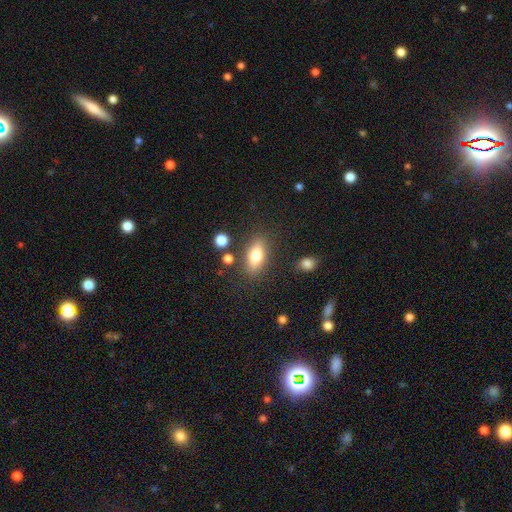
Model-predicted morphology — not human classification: smooth_or_featured: smooth (p=0.72) [alt: featured or disk p=0.20]
how_rounded: in between (p=0.78) [alt: cigar-shaped p=0.15]
merging: none (p=0.81) [alt: minor disturbance p=0.11]